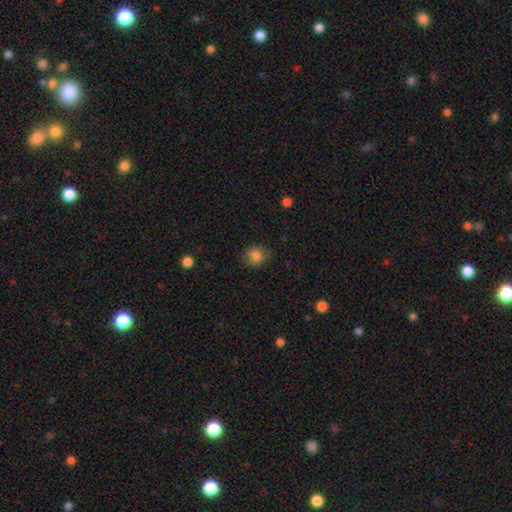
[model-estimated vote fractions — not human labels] smooth_or_featured: smooth (p=0.83) [alt: star or artifact p=0.10]
how_rounded: round (p=0.65) [alt: in between p=0.34]
merging: none (p=0.80) [alt: minor disturbance p=0.15]